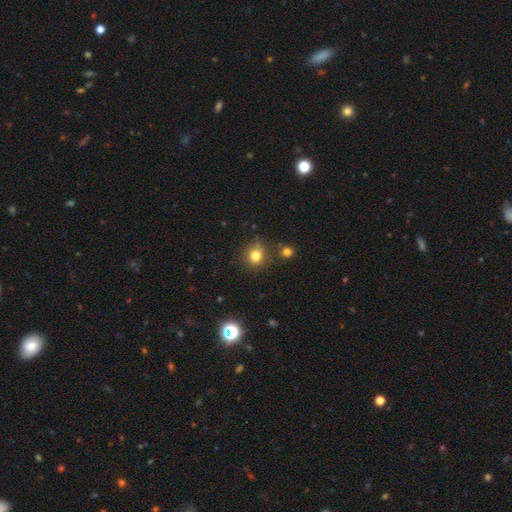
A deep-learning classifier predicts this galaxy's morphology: smooth_or_featured: smooth (p=0.80) [alt: star or artifact p=0.14]
how_rounded: round (p=0.88) [alt: in between p=0.11]
merging: none (p=0.78) [alt: minor disturbance p=0.12]